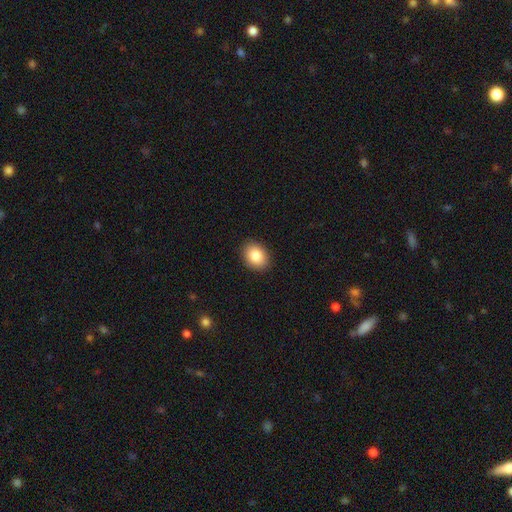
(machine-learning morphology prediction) Smooth or featured? Predicted: smooth (p=0.85). How rounded? Predicted: in between (p=0.62). Merging? Predicted: none (p=0.90).